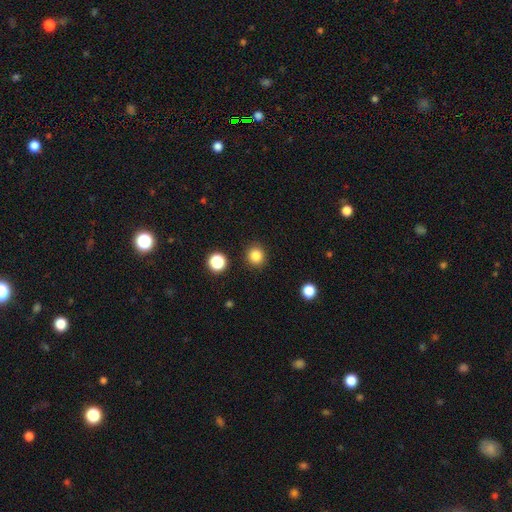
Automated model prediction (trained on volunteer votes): Morphology: type=smooth (84%); roundness=round (90%); merging=none (90%).